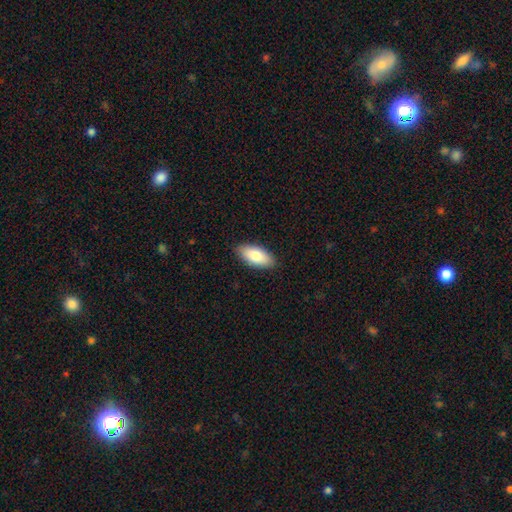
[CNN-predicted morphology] Q: Smooth or featured?
A: smooth (83%); runner-up: featured or disk (11%)
Q: How rounded?
A: in between (91%); runner-up: cigar-shaped (7%)
Q: Merging?
A: none (88%); runner-up: minor disturbance (10%)